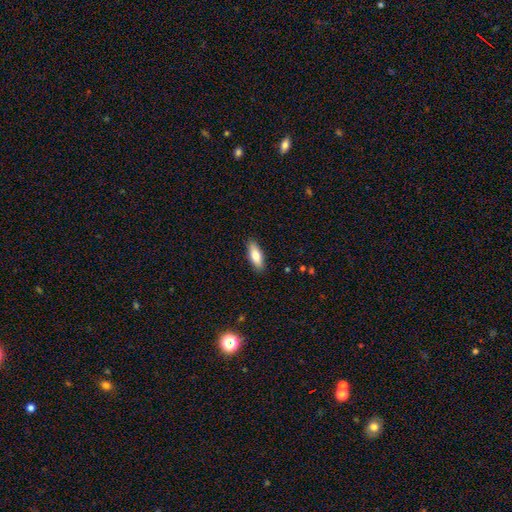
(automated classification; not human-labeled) A smooth galaxy with no disk features (78%) that is in between round and cigar-shaped (66%).

Vote fractions:
- Smooth or featured? smooth: 78% / featured or disk: 16% / star or artifact: 6%
- How rounded? in between: 66% / cigar-shaped: 32% / round: 2%
- Merging? none: 89% / minor disturbance: 8% / major disturbance: 2% / merger: 1%